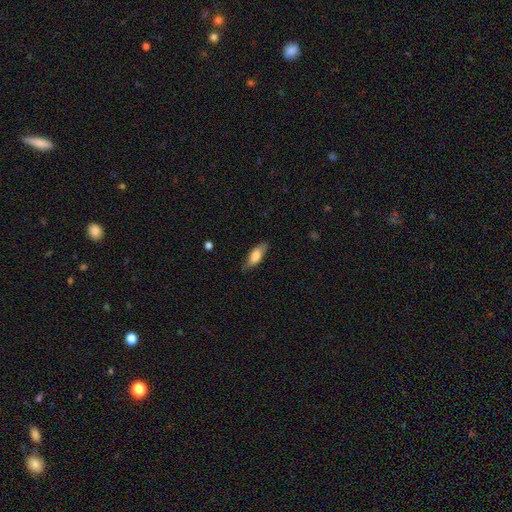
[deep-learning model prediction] A smooth galaxy with no disk features (74%) that is in between round and cigar-shaped (74%).

Vote fractions:
- Smooth or featured? smooth: 74% / featured or disk: 20% / star or artifact: 6%
- How rounded? in between: 74% / cigar-shaped: 24% / round: 3%
- Merging? none: 76% / minor disturbance: 18% / major disturbance: 4% / merger: 1%